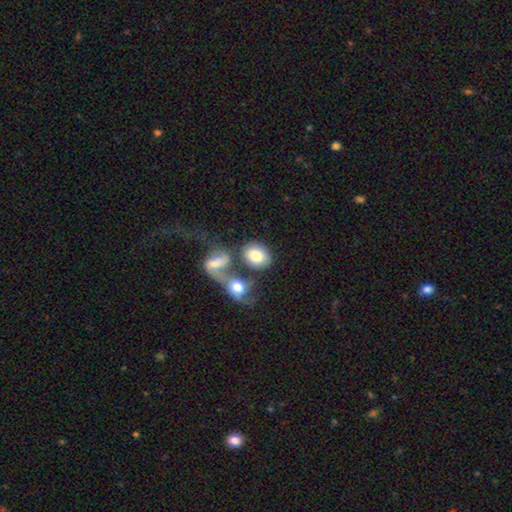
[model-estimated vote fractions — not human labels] smooth-or-featured: smooth: 75% | featured or disk: 17% | star or artifact: 8%
  how-rounded: in between: 58% | round: 41% | cigar-shaped: 2%
  merging: merger: 46% | none: 33% | minor disturbance: 11% | major disturbance: 10%